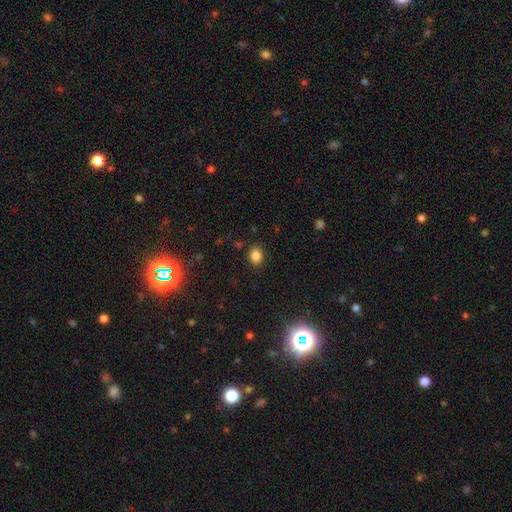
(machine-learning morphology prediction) smooth-or-featured: smooth: 84% | star or artifact: 11% | featured or disk: 5%
  how-rounded: in between: 58% | round: 41% | cigar-shaped: 1%
  merging: none: 86% | minor disturbance: 10% | major disturbance: 3% | merger: 1%